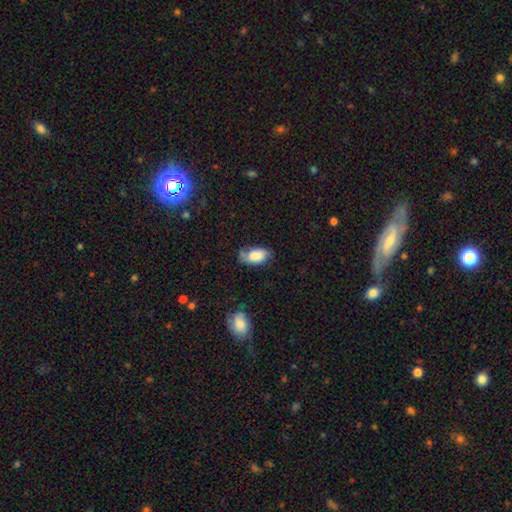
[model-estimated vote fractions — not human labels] smooth-or-featured: smooth: 76% | featured or disk: 16% | star or artifact: 8%
  how-rounded: in between: 93% | round: 4% | cigar-shaped: 3%
  merging: none: 50% | minor disturbance: 33% | major disturbance: 11% | merger: 5%